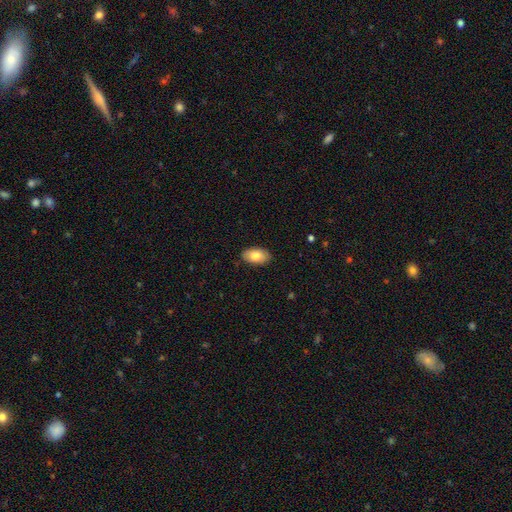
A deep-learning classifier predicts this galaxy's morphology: This is clearly a smooth galaxy (81%). How rounded: clearly in between (94%). Merging: clearly none (88%).